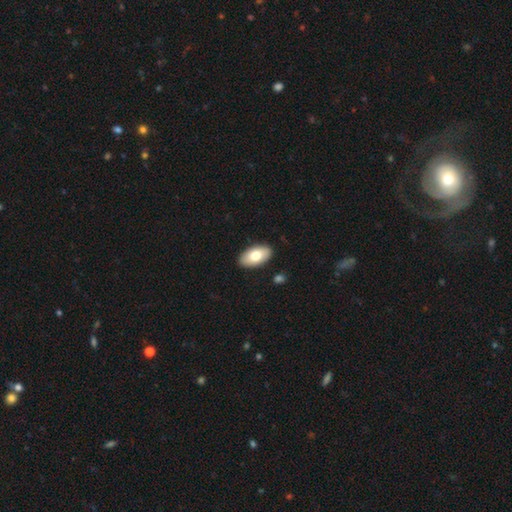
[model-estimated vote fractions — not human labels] Smooth or featured? smooth (77%)
How rounded? in between (95%)
Merging? none (89%)